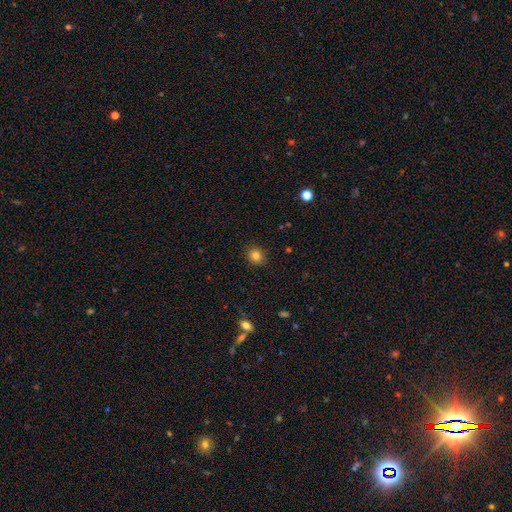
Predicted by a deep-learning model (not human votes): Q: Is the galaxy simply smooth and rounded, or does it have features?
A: smooth — 82%.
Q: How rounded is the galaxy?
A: round — 78%.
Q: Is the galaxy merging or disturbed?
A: none — 89%.